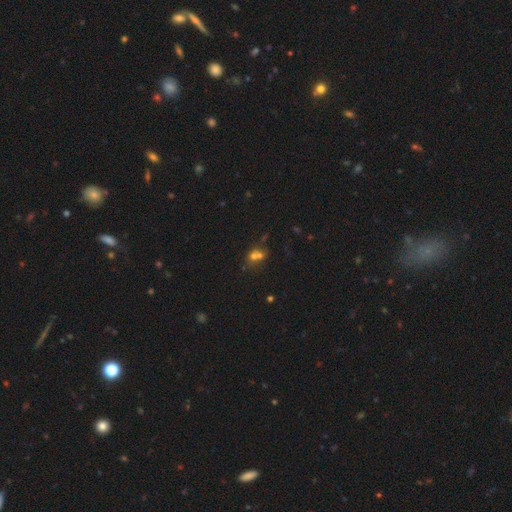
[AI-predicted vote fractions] Morphology: type=smooth (56%); roundness=round (69%); merging=merger (58%).